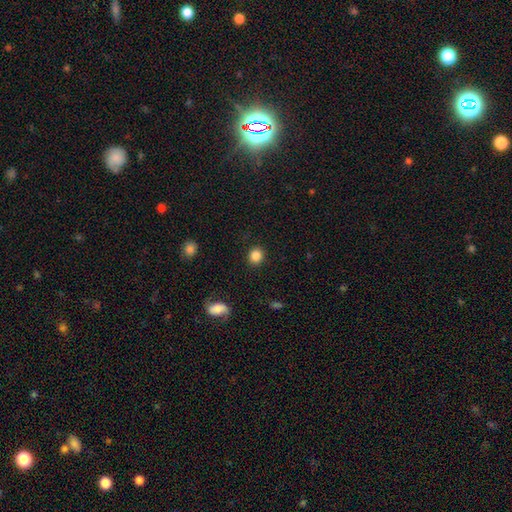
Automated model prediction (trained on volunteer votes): Q: Smooth or featured?
A: smooth (86%); runner-up: star or artifact (10%)
Q: How rounded?
A: round (76%); runner-up: in between (23%)
Q: Merging?
A: none (89%); runner-up: minor disturbance (7%)